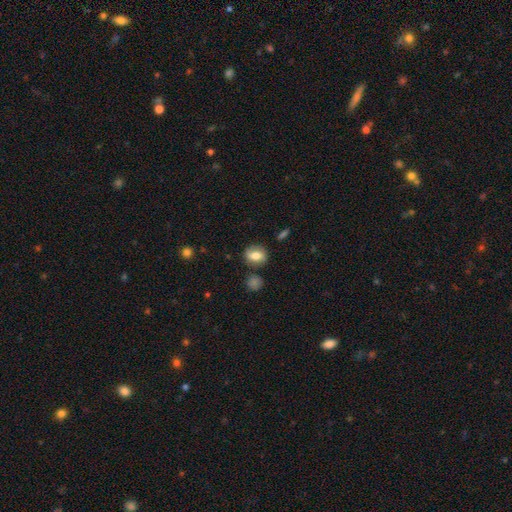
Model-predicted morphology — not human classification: The model was most divided on "how rounded": in between: 57%, round: 41%, cigar-shaped: 2%. More confident: merging — none (77%); smooth or featured — smooth (71%).